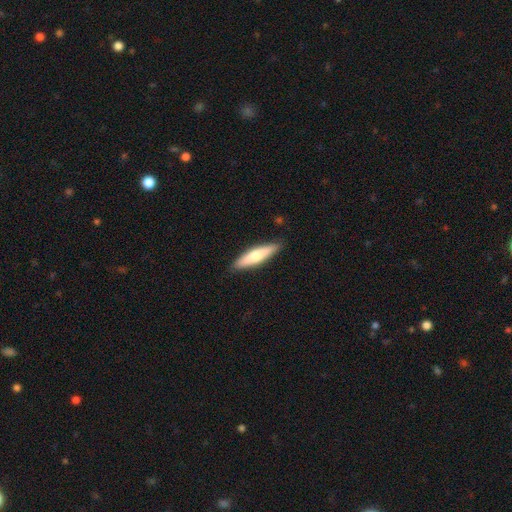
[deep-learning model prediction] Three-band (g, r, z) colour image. It shows a smooth galaxy with no disk features (61%) that is cigar-shaped (79%). Merging: none (88%).